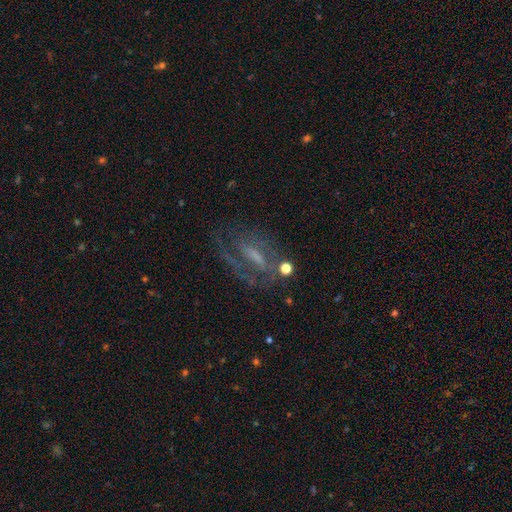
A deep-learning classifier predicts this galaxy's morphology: smooth-or-featured: featured or disk: 71% | smooth: 16% | star or artifact: 13%
  disk-edge-on: no: 86% | yes: 14%
    bar: strong: 46% | weak: 34% | no: 20%
    has-spiral-arms: yes: 77% | no: 23%
    bulge-size: none: 34% (tied) | small: 34% (tied) | moderate: 25% | large: 5% | dominant: 2%
  merging: none: 60% | major disturbance: 18% | minor disturbance: 18% | merger: 4%